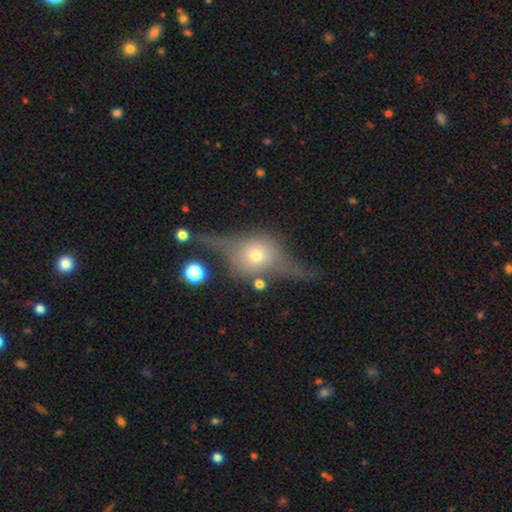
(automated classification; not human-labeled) A featured or disk galaxy (65%) viewed edge-on (75%). Merging: none (51%).